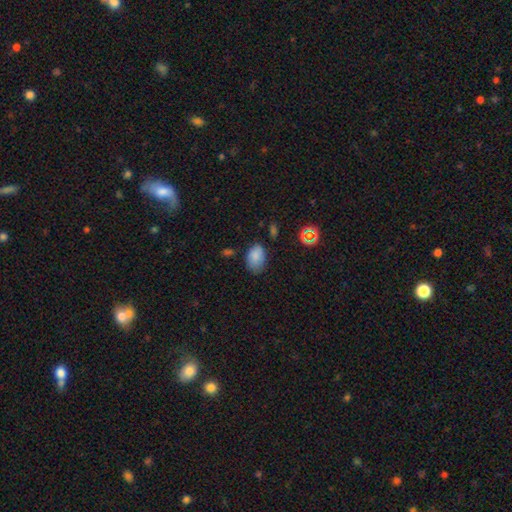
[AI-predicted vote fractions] Morphology: type=smooth (81%); roundness=in between (84%); merging=none (65%).